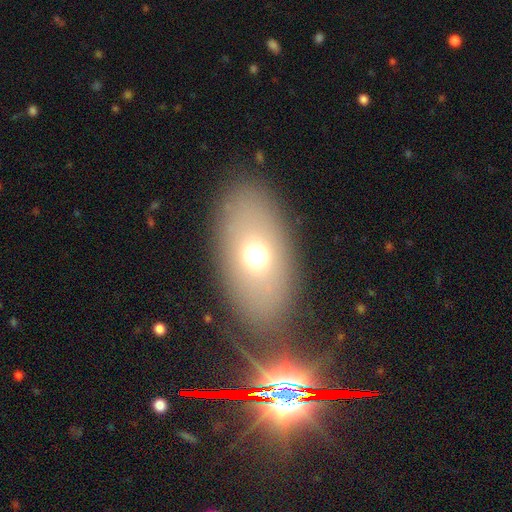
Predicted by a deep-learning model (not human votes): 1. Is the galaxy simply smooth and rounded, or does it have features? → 62% smooth, 24% featured or disk, 13% star or artifact.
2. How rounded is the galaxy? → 83% in between, 13% round, 4% cigar-shaped.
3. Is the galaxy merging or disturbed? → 78% none, 12% minor disturbance, 7% major disturbance, 3% merger.